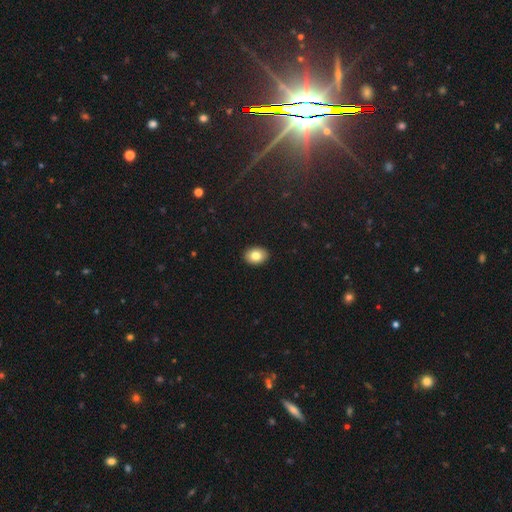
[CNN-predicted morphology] Overall: smooth (82%). How rounded: in between (69%; round 31%). Merging: none (91%).